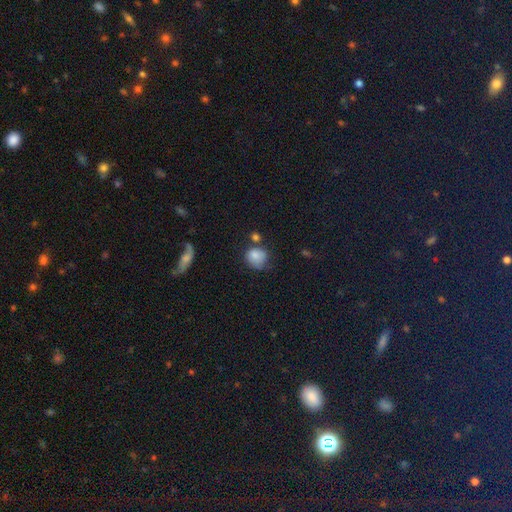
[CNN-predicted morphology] smooth-or-featured: smooth: 80% | featured or disk: 11% | star or artifact: 9%
  how-rounded: round: 77% | in between: 22% | cigar-shaped: 1%
  merging: none: 49% | minor disturbance: 28% | merger: 11% | major disturbance: 11%